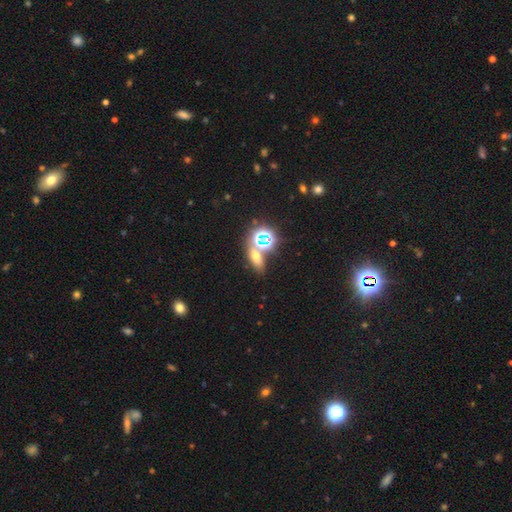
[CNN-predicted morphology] This is possibly a smooth galaxy (46%). Merging: likely none (65%).